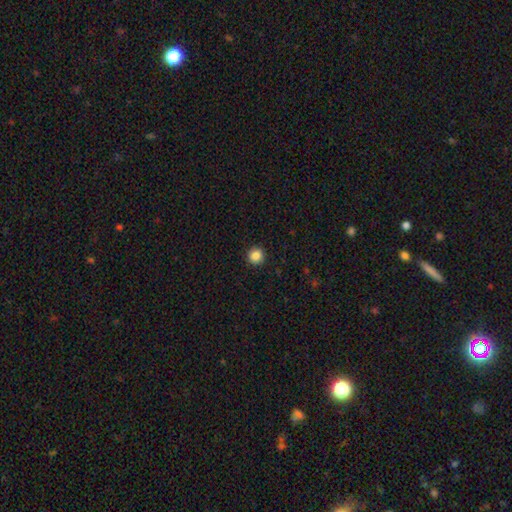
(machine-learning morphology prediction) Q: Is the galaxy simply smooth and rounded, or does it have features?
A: smooth — 87%.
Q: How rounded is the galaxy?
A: round — 94%.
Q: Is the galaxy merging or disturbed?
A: none — 92%.